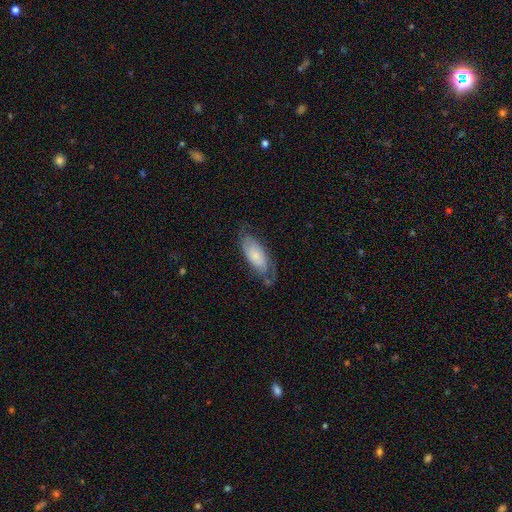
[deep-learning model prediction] Smooth or featured?
  - smooth: 47% *
  - featured or disk: 46%
  - star or artifact: 7%
Merging?
  - none: 55% *
  - minor disturbance: 28%
  - major disturbance: 15%
  - merger: 2%